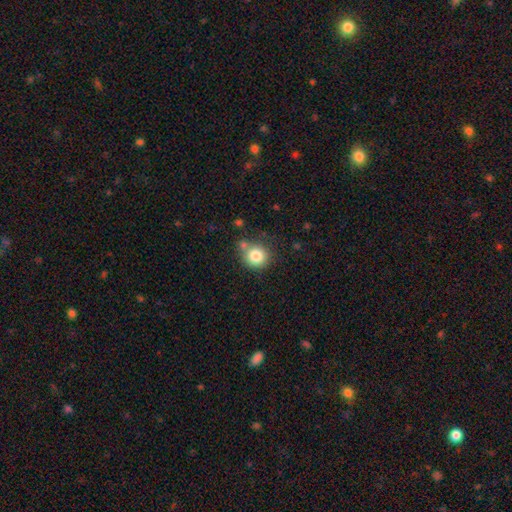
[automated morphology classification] A smooth galaxy with no disk features (82%) that is round (88%). Merging: none (71%).